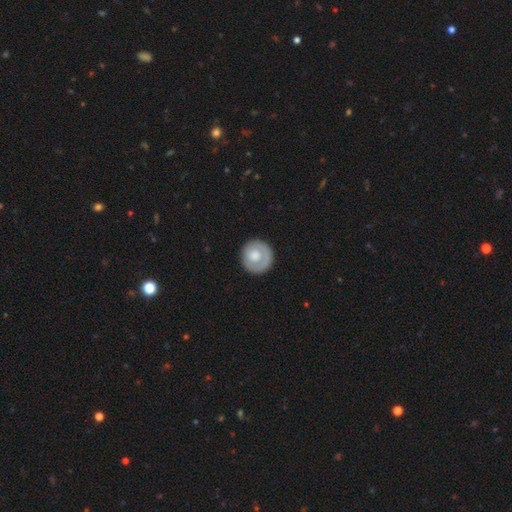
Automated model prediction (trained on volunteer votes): Smooth or featured?
  - smooth: 61% *
  - featured or disk: 34%
  - star or artifact: 5%
How rounded?
  - round: 92% *
  - in between: 7%
  - cigar-shaped: 1%
Merging?
  - none: 82% *
  - minor disturbance: 12%
  - major disturbance: 5%
  - merger: 1%